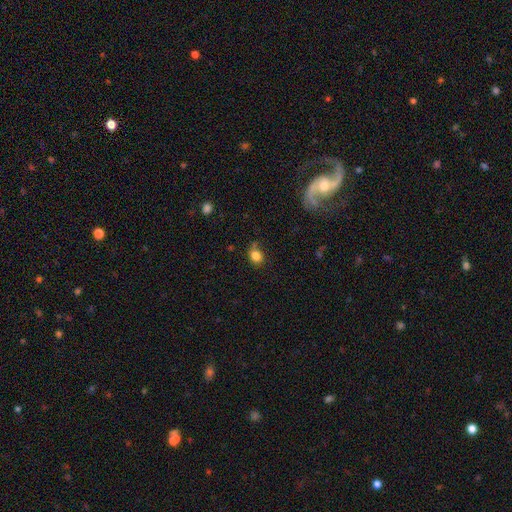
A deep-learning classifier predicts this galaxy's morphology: Q: Smooth or featured?
A: smooth (83%); runner-up: star or artifact (11%)
Q: How rounded?
A: round (58%); runner-up: in between (41%)
Q: Merging?
A: none (66%); runner-up: minor disturbance (23%)